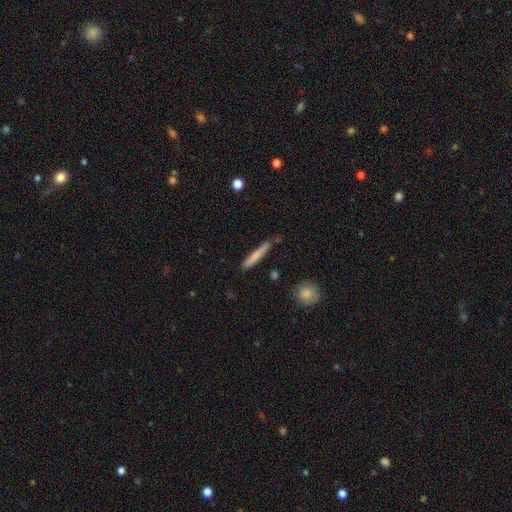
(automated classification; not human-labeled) smooth-or-featured: smooth: 73% | featured or disk: 21% | star or artifact: 6%
  how-rounded: cigar-shaped: 94% | in between: 5% | round: 1%
  merging: none: 77% | minor disturbance: 16% | merger: 4% | major disturbance: 3%